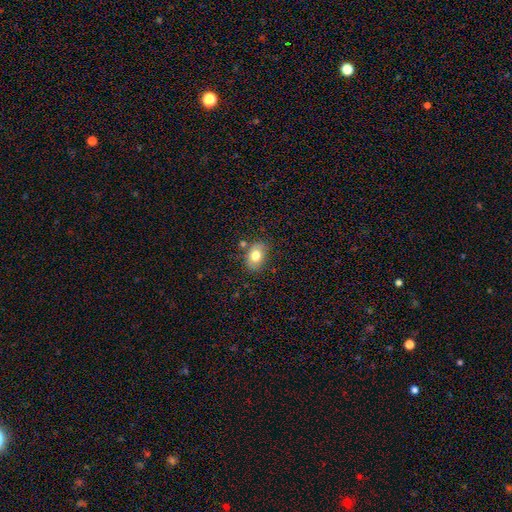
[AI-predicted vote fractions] This appears to be a smooth galaxy with no disk features (76%) that is in between round and cigar-shaped (73%). Merging: none (73%).